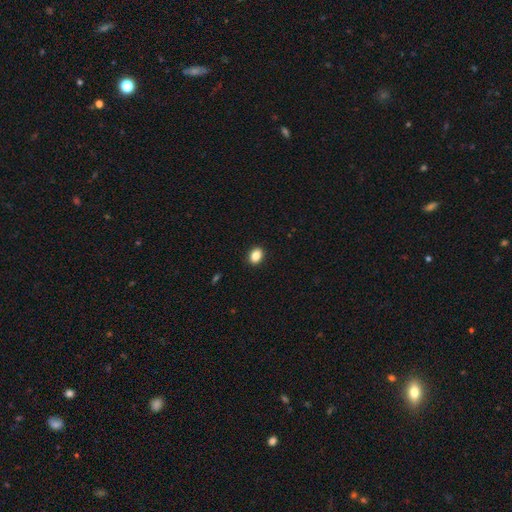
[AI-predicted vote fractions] A smooth galaxy with no disk features (87%) that is in between round and cigar-shaped (67%).

Vote fractions:
- Smooth or featured? smooth: 87% / star or artifact: 9% / featured or disk: 4%
- How rounded? in between: 67% / round: 32% / cigar-shaped: 1%
- Merging? none: 91% / minor disturbance: 6% / major disturbance: 2% / merger: 1%